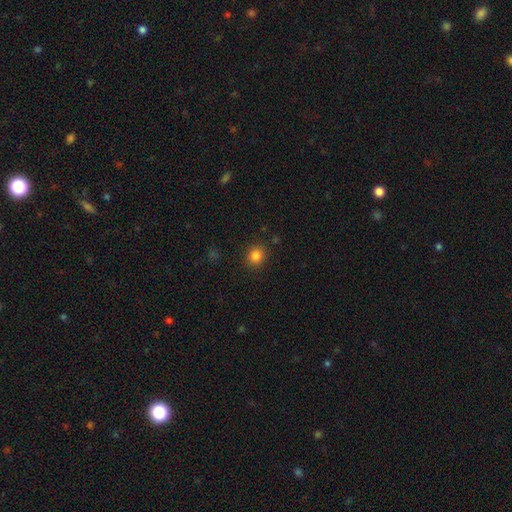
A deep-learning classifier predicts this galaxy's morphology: This is clearly a smooth galaxy (84%). How rounded: likely round (78%). Merging: clearly none (88%).